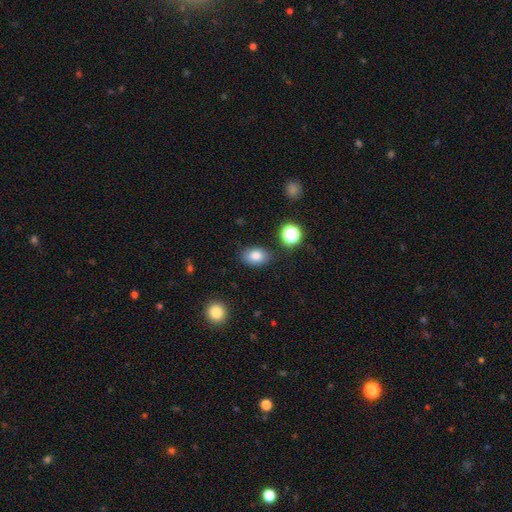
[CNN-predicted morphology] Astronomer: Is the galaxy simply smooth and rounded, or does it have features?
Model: smooth — 82%.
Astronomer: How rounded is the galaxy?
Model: in between — 80%.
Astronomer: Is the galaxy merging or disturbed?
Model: none — 83%.